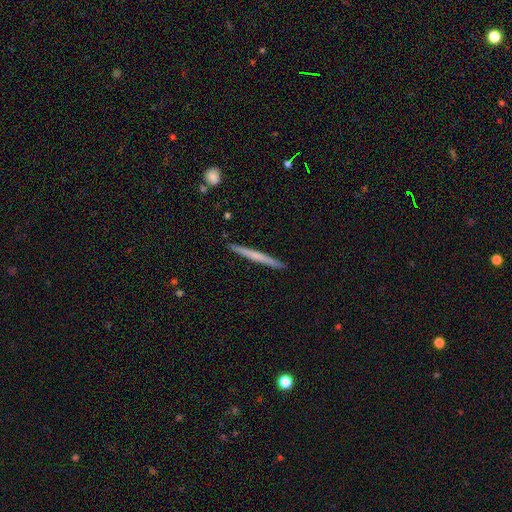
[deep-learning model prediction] The model was most divided on "smooth or featured": smooth: 50%, featured or disk: 44%, star or artifact: 5%. More confident: how rounded — cigar-shaped (97%); merging — none (92%).